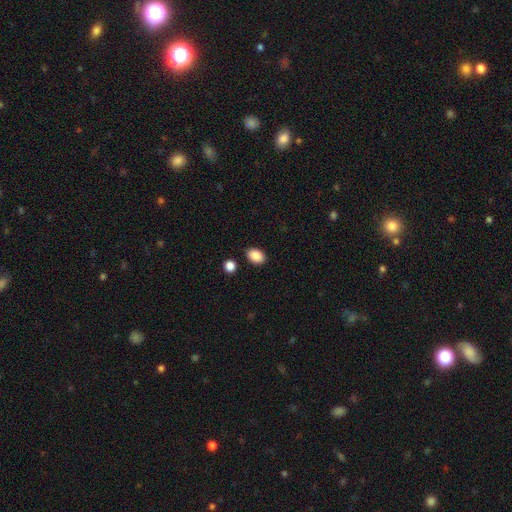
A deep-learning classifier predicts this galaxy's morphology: Smooth or featured? Predicted: smooth (p=0.89). How rounded? Predicted: in between (p=0.80). Merging? Predicted: none (p=0.84).